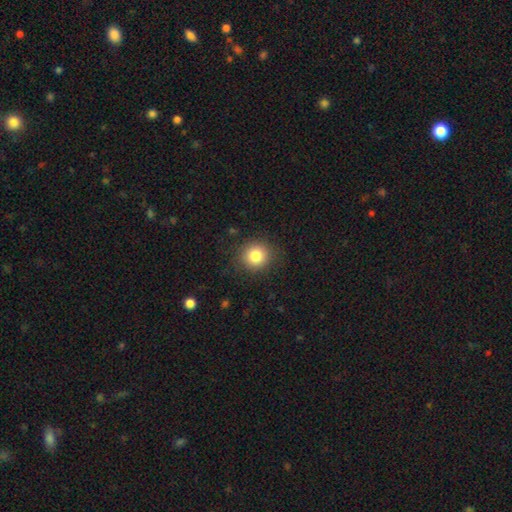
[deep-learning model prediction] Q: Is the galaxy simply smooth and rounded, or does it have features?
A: smooth — 82%.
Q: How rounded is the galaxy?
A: round — 91%.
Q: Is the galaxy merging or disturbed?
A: none — 87%.